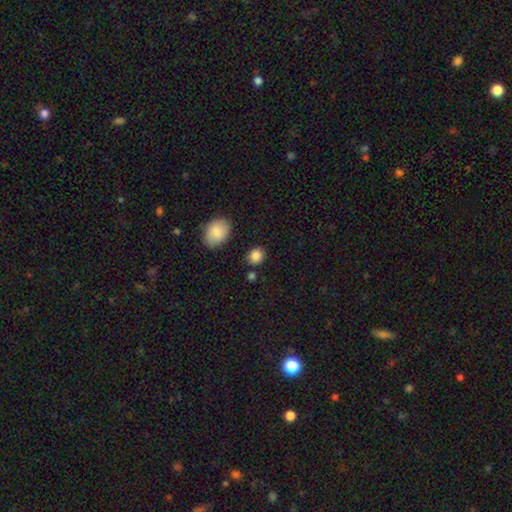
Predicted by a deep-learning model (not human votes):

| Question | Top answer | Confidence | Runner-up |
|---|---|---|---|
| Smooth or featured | smooth | 86% | star or artifact (9%) |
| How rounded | round | 58% | in between (41%) |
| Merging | none | 81% | minor disturbance (11%) |